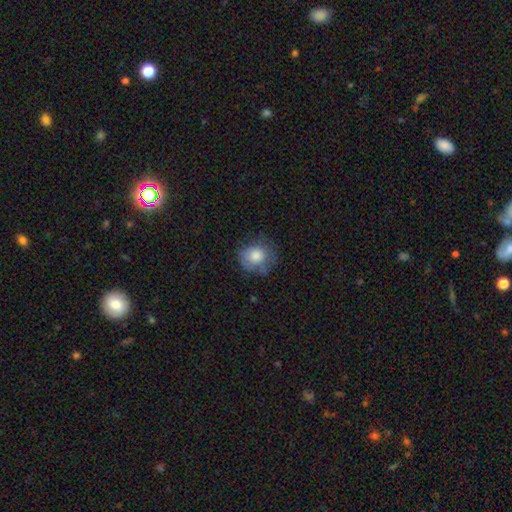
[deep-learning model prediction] A smooth galaxy with no disk features (78%) that is round (81%).

Vote fractions:
- Smooth or featured? smooth: 78% / featured or disk: 14% / star or artifact: 9%
- How rounded? round: 81% / in between: 18% / cigar-shaped: 1%
- Merging? none: 63% / minor disturbance: 26% / major disturbance: 10% / merger: 2%